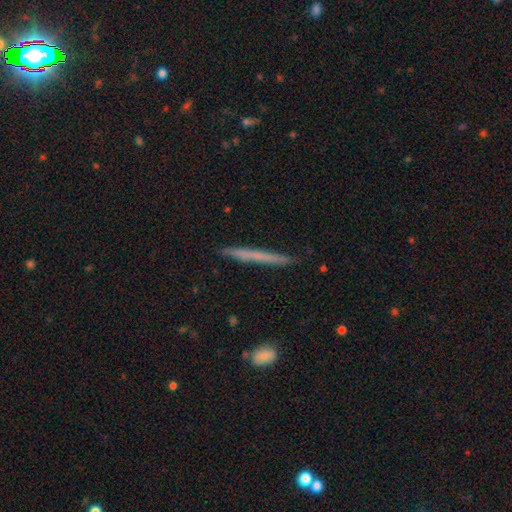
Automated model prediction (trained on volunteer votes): A smooth galaxy with no disk features (54%) that is cigar-shaped (97%).

Vote fractions:
- Smooth or featured? smooth: 54% / featured or disk: 39% / star or artifact: 7%
- How rounded? cigar-shaped: 97% / in between: 2% / round: 1%
- Merging? none: 90% / minor disturbance: 7% / major disturbance: 1% / merger: 1%